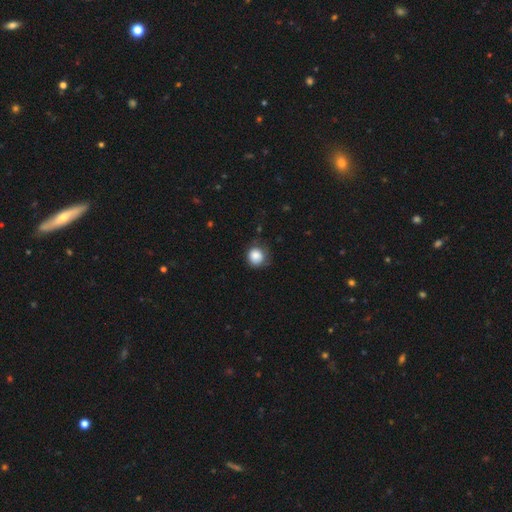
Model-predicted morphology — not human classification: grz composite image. It shows a smooth galaxy with no disk features (85%) that is round (85%). Merging: none (65%).